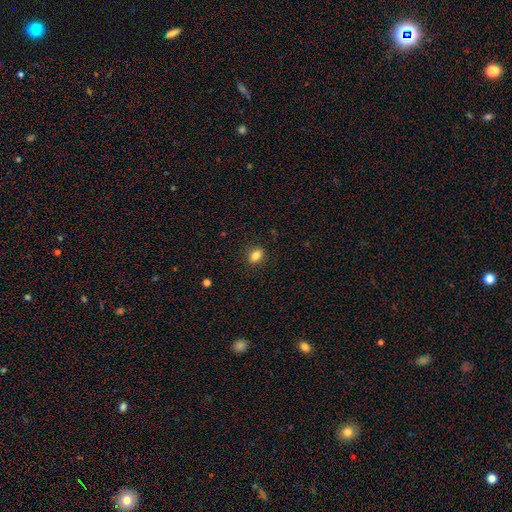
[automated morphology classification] This is clearly a smooth galaxy (83%). How rounded: likely in between (63%). Merging: clearly none (87%).